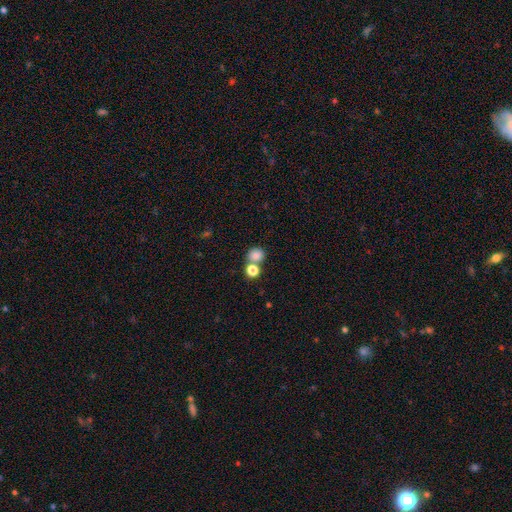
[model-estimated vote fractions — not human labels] This is clearly a smooth galaxy (82%). How rounded: clearly round (81%). Merging: possibly none (54%).